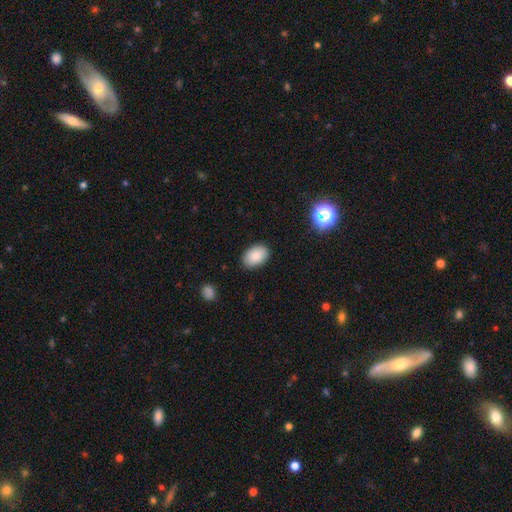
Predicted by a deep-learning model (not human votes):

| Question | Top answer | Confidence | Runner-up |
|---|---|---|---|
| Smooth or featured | smooth | 85% | star or artifact (8%) |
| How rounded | in between | 88% | round (10%) |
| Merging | none | 86% | minor disturbance (10%) |